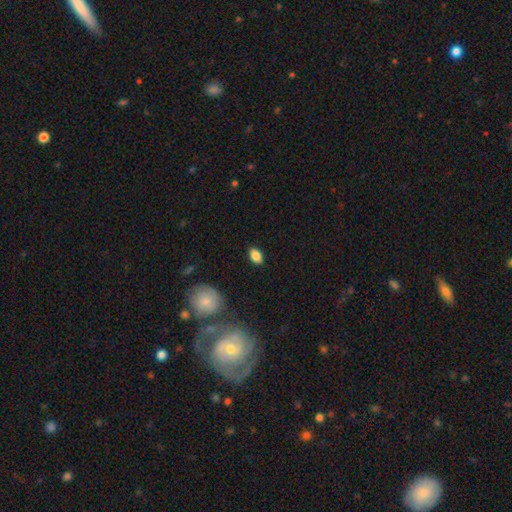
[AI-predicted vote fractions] A smooth galaxy with no disk features (86%) that is in between round and cigar-shaped (89%). Merging: none (87%).